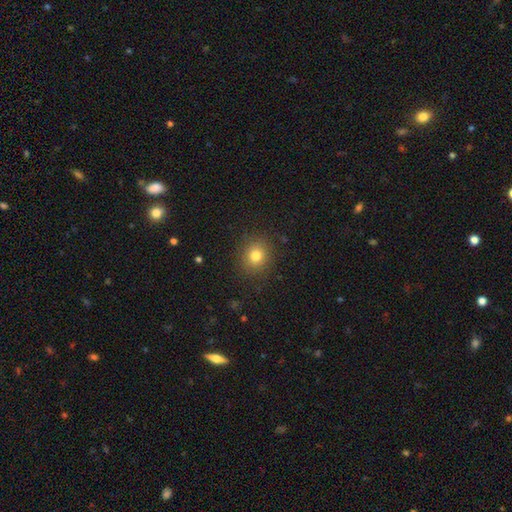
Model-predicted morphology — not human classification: Overall: smooth (79%). How rounded: round (78%). Merging: none (87%).